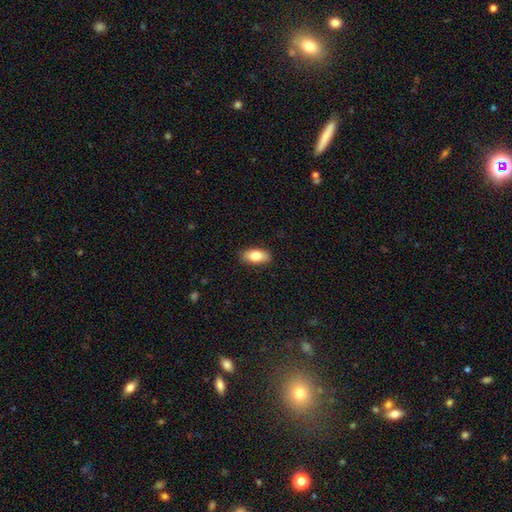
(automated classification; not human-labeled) smooth 81%, featured or disk 12%, star or artifact 7%. Down the decision tree: how rounded — in between (89%); merging — none (88%).